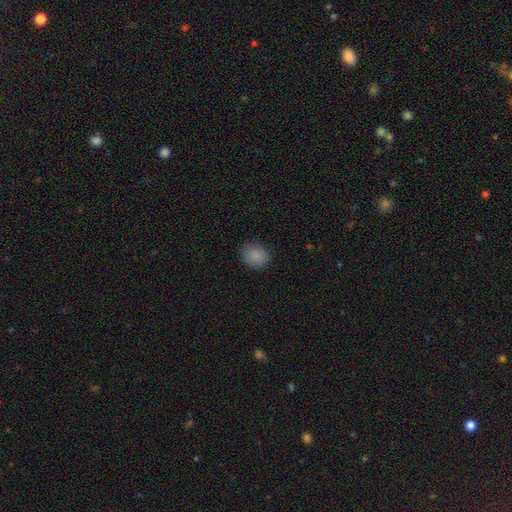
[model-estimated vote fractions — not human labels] smooth-or-featured: smooth: 86% | star or artifact: 10% | featured or disk: 4%
  how-rounded: round: 63% | in between: 36% | cigar-shaped: 1%
  merging: none: 84% | minor disturbance: 12% | major disturbance: 3% | merger: 1%